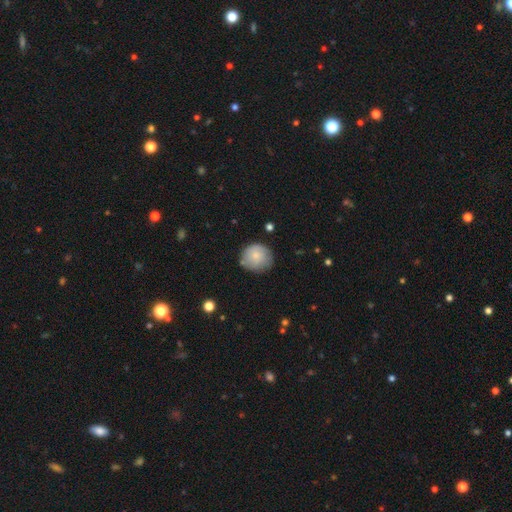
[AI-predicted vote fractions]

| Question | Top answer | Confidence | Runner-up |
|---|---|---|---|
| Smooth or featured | smooth | 76% | featured or disk (17%) |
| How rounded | round | 85% | in between (14%) |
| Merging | none | 72% | minor disturbance (22%) |